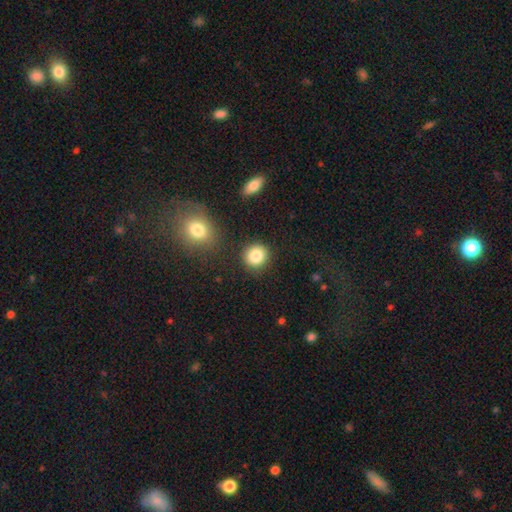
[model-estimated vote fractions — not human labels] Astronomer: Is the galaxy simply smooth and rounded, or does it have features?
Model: smooth — 85%.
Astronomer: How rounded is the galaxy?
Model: round — 86%.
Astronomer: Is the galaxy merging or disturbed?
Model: none — 85%.